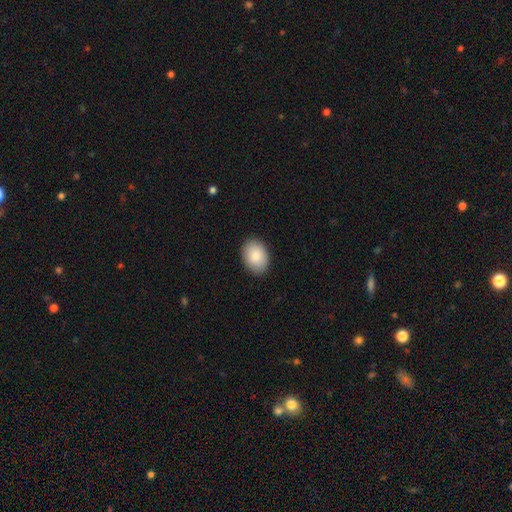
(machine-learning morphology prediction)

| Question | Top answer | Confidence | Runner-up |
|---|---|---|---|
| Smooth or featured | smooth | 86% | featured or disk (7%) |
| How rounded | in between | 80% | round (19%) |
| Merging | none | 89% | minor disturbance (8%) |